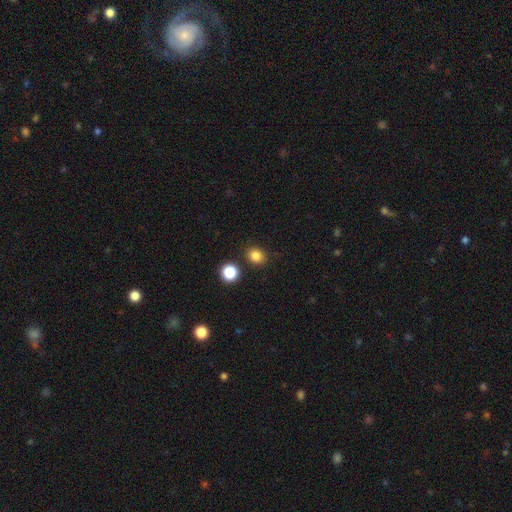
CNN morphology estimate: A smooth galaxy with no disk features (83%) that is round (67%). Merging: none (85%).